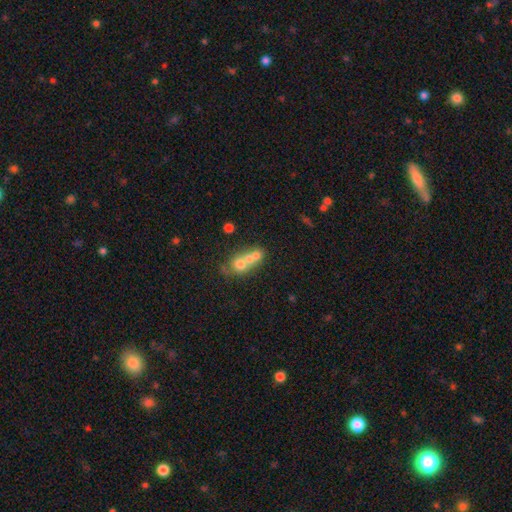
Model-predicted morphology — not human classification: Overall: smooth (52%; star or artifact 25%). How rounded: in between (58%; cigar-shaped 27%). Merging: none (56%; merger 23%).